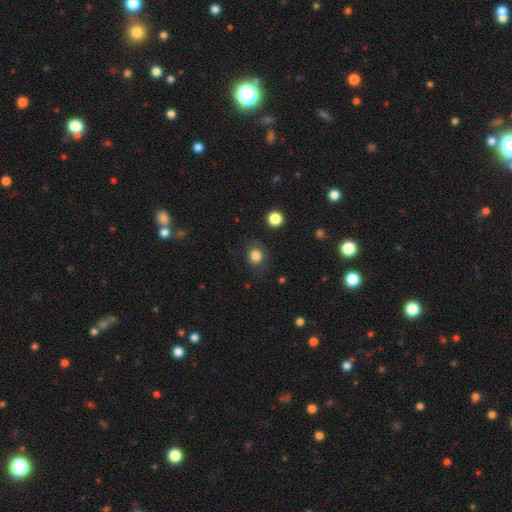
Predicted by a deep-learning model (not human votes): Smooth or featured? smooth (83%)
How rounded? round (72%)
Merging? none (79%)